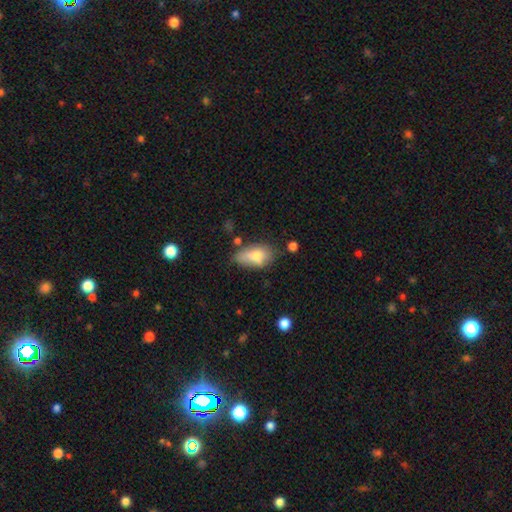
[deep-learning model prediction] Morphology: type=smooth (72%); roundness=in between (89%); merging=none (44%).